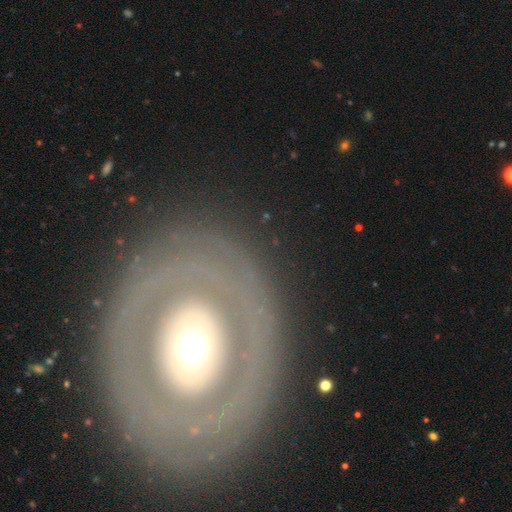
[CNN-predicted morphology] The model was most divided on "spiral arms": no: 68%, yes: 32%. More confident: edge-on disk — no (94%); merging — none (83%); bar — no (82%); smooth or featured — featured or disk (69%); bulge size — moderate (60%).